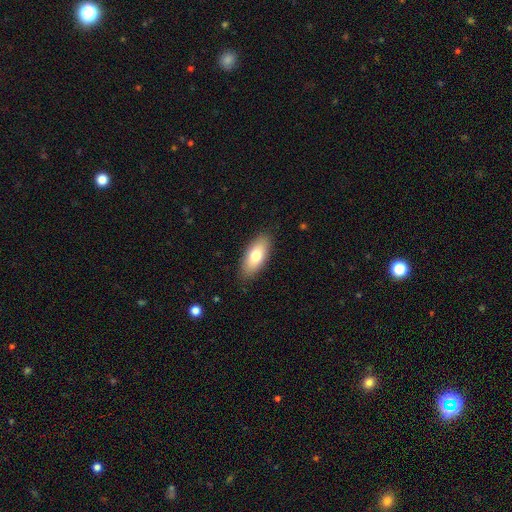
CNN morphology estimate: smooth-or-featured: smooth: 75% | featured or disk: 19% | star or artifact: 6%
  how-rounded: in between: 85% | cigar-shaped: 12% | round: 3%
  merging: none: 87% | minor disturbance: 10% | major disturbance: 2% | merger: 1%